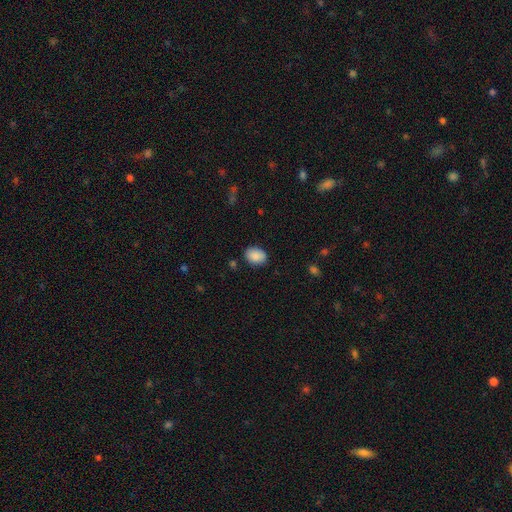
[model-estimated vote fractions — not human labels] smooth 89%, star or artifact 7%, featured or disk 4%. Down the decision tree: how rounded — in between (73%); merging — none (84%).